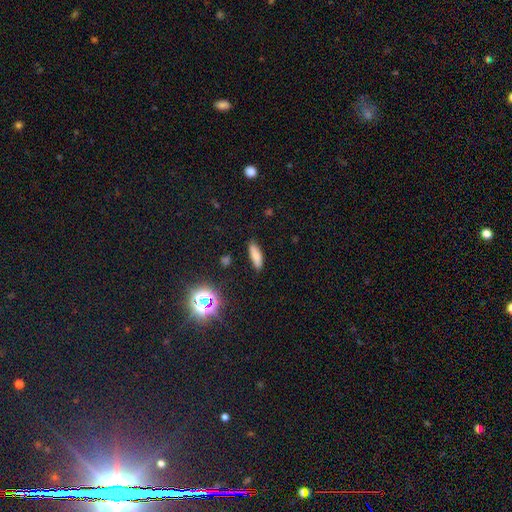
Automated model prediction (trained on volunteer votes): This appears to be a smooth galaxy with no disk features (79%) that is in between round and cigar-shaped (49%, tied with cigar-shaped). Merging: none (85%).